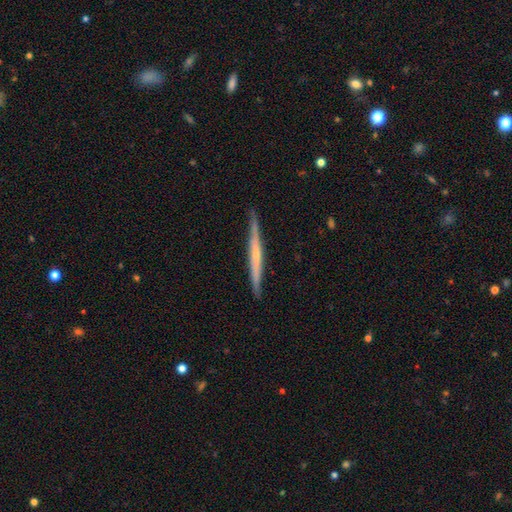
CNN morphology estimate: smooth-or-featured: featured or disk: 65% | smooth: 29% | star or artifact: 5%
  disk-edge-on: yes: 97% | no: 3%
    edge-on-bulge: none: 57% | rounded: 36% | boxy: 7%
  merging: none: 89% | minor disturbance: 9% | major disturbance: 1% | merger: 1%